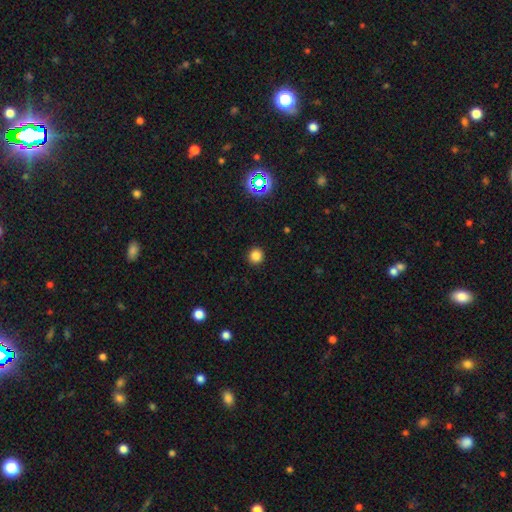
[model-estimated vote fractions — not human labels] smooth-or-featured: smooth: 82% | star or artifact: 14% | featured or disk: 4%
  how-rounded: round: 94% | in between: 5% | cigar-shaped: 1%
  merging: none: 92% | minor disturbance: 5% | major disturbance: 2% | merger: 1%